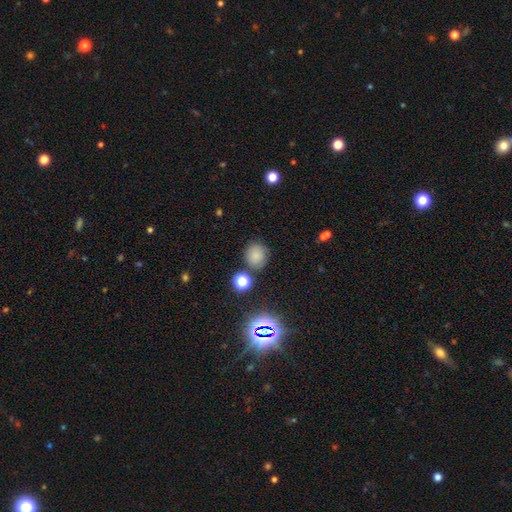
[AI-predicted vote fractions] Smooth or featured? Predicted: smooth (p=0.76). How rounded? Predicted: round (p=0.85). Merging? Predicted: none (p=0.77).